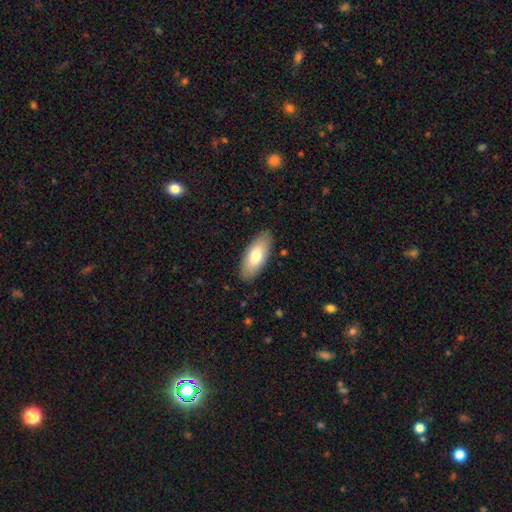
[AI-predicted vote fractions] Smooth or featured?
  - smooth: 72% *
  - featured or disk: 22%
  - star or artifact: 6%
How rounded?
  - in between: 84% *
  - cigar-shaped: 14%
  - round: 2%
Merging?
  - none: 88% *
  - minor disturbance: 9%
  - major disturbance: 2%
  - merger: 1%